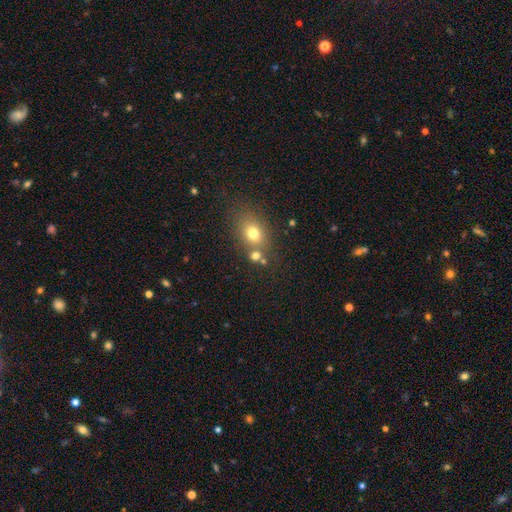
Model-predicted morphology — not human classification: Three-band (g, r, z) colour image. It shows a smooth galaxy with no disk features (73%) that is round (55%). Merging: none (60%).